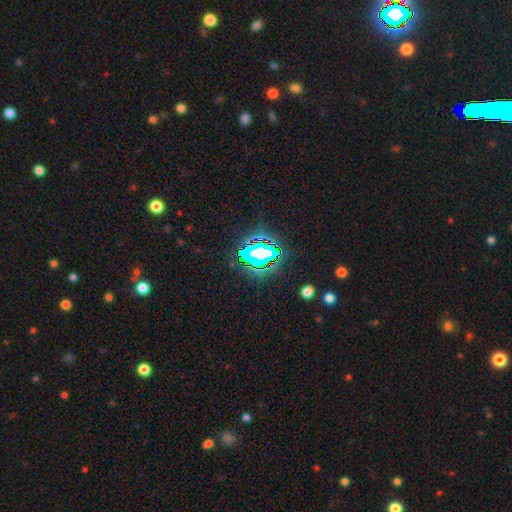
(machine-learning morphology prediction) A star or artifact, not a galaxy (74%).

Vote fractions:
- Smooth or featured? star or artifact: 74% / smooth: 15% / featured or disk: 11%